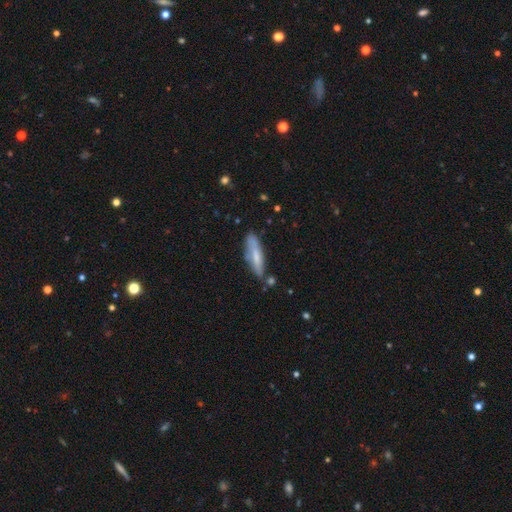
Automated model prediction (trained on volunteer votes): This is likely a smooth galaxy (65%). How rounded: likely cigar-shaped (68%). Merging: likely none (68%).